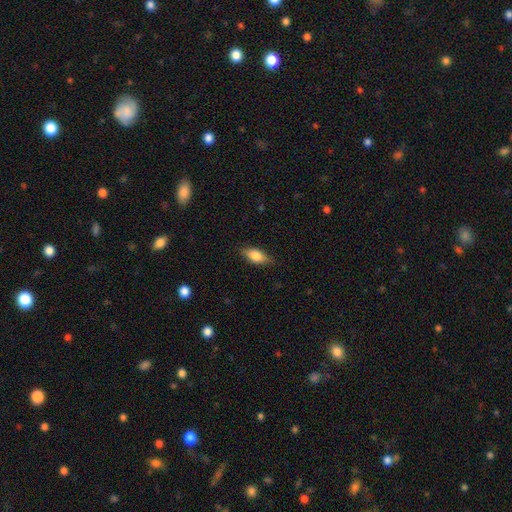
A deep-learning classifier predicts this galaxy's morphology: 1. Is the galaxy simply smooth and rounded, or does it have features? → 73% smooth, 20% featured or disk, 7% star or artifact.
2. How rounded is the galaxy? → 81% in between, 15% cigar-shaped, 4% round.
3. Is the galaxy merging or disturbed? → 82% none, 14% minor disturbance, 3% major disturbance, 1% merger.